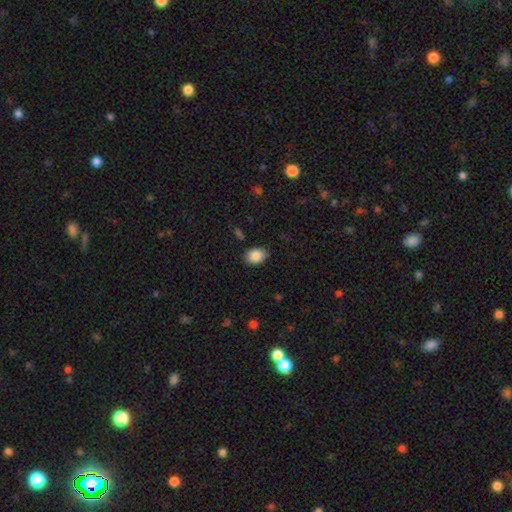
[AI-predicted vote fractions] This is clearly a smooth galaxy (87%). How rounded: likely in between (78%). Merging: clearly none (84%).